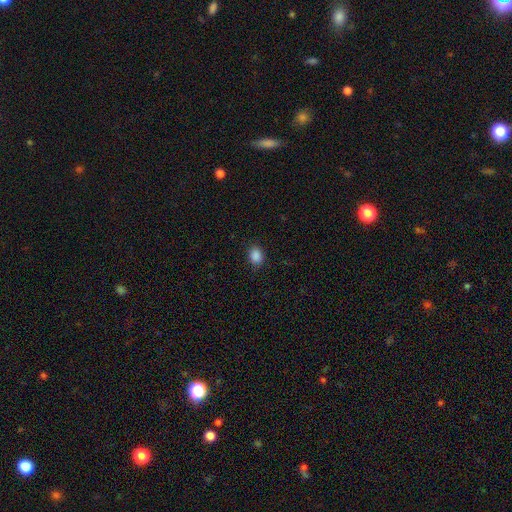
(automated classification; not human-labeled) smooth_or_featured: smooth (p=0.87) [alt: star or artifact p=0.10]
how_rounded: in between (p=0.57) [alt: round p=0.42]
merging: none (p=0.85) [alt: minor disturbance p=0.11]